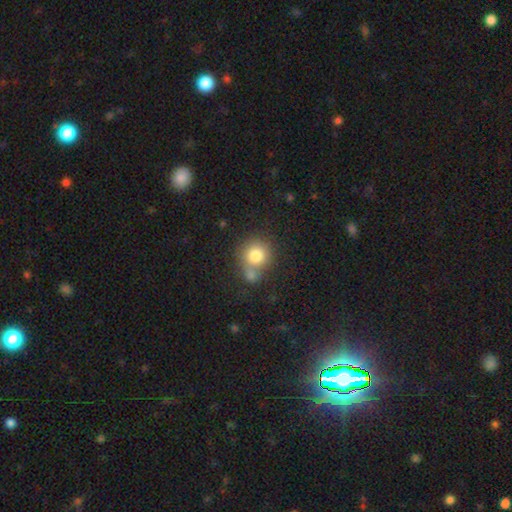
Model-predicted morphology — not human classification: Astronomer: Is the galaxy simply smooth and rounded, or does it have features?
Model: smooth — 80%.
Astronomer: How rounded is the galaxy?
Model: round — 87%.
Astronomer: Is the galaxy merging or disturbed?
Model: none — 49% (runner-up: merger, 34%).